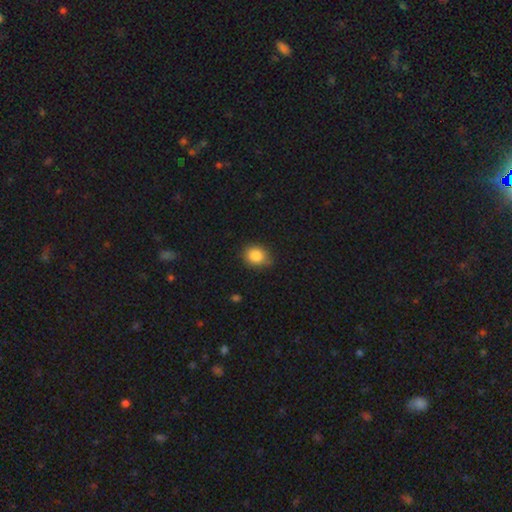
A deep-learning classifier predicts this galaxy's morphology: The model was most divided on "how rounded": round: 65%, in between: 34%, cigar-shaped: 1%. More confident: smooth or featured — smooth (85%); merging — none (75%).